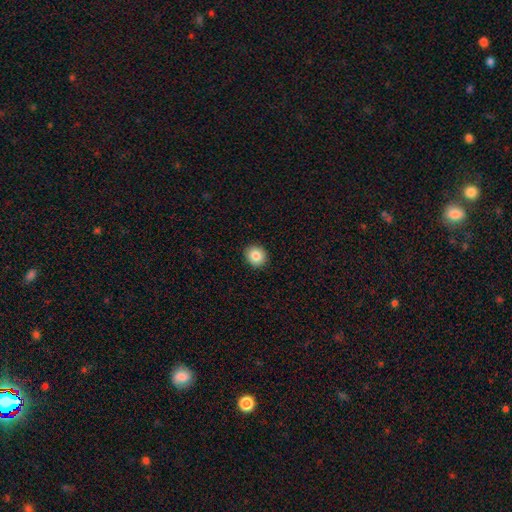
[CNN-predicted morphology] The model was most divided on "how rounded": round: 83%, in between: 17%, cigar-shaped: 1%. More confident: merging — none (92%); smooth or featured — smooth (84%).